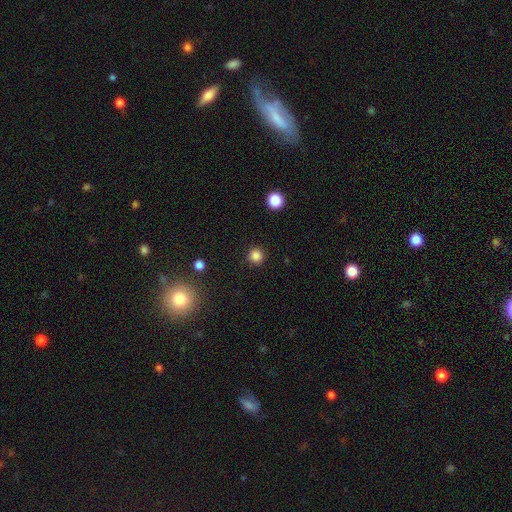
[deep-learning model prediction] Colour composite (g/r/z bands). It shows a smooth galaxy with no disk features (84%) that is round (95%). Merging: none (91%).